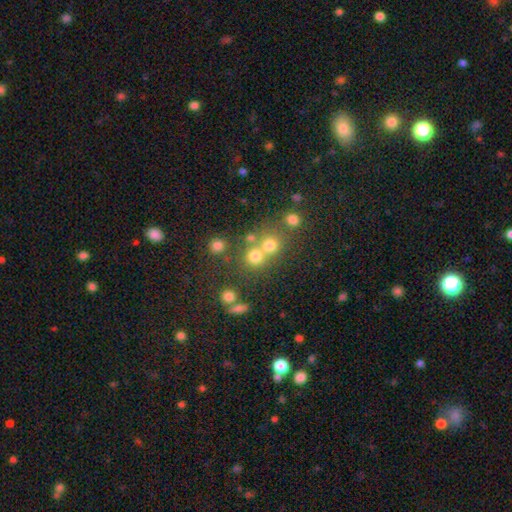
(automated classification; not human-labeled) Overall: smooth (68%). How rounded: round (86%). Merging: none (51%; merger 38%).